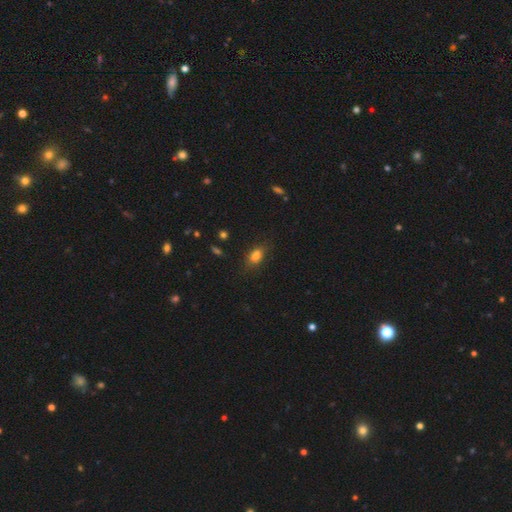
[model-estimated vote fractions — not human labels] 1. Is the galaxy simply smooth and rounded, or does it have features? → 79% smooth, 12% star or artifact, 9% featured or disk.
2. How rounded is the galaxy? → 79% in between, 15% round, 6% cigar-shaped.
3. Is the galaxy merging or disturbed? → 73% none, 19% minor disturbance, 6% major disturbance, 3% merger.